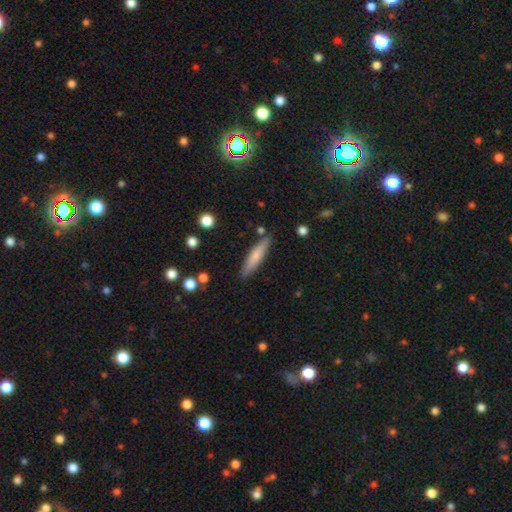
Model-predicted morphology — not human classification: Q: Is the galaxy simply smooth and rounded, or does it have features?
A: smooth — 71%.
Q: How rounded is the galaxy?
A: cigar-shaped — 82%.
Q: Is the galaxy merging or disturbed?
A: none — 85%.